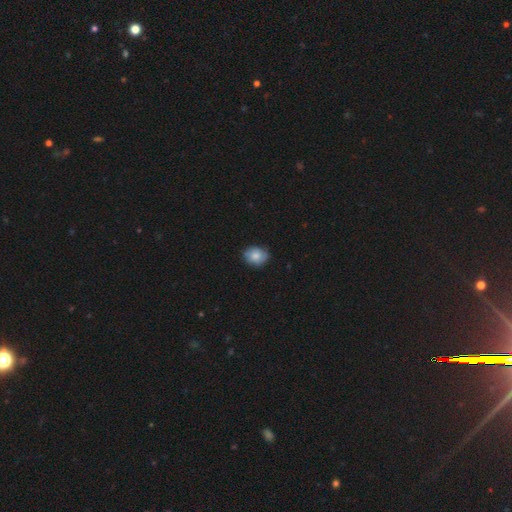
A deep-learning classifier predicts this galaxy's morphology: Smooth or featured: smooth — 77% (featured or disk — 15%)
How rounded: round — 53% (in between — 46%)
Merging: none — 78% (minor disturbance — 18%)